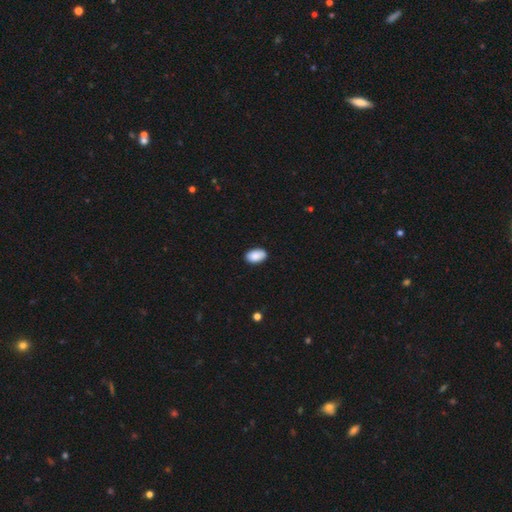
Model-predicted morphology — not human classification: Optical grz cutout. It shows a smooth galaxy with no disk features (90%) that is in between round and cigar-shaped (94%). Merging: none (88%).